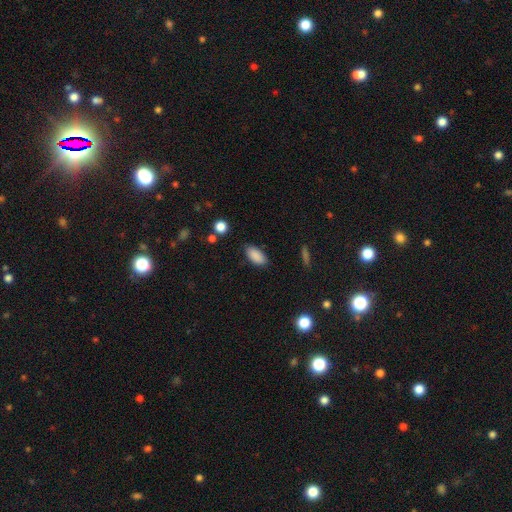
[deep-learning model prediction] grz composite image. It shows a smooth galaxy with no disk features (88%) that is in between round and cigar-shaped (91%). Merging: none (84%).